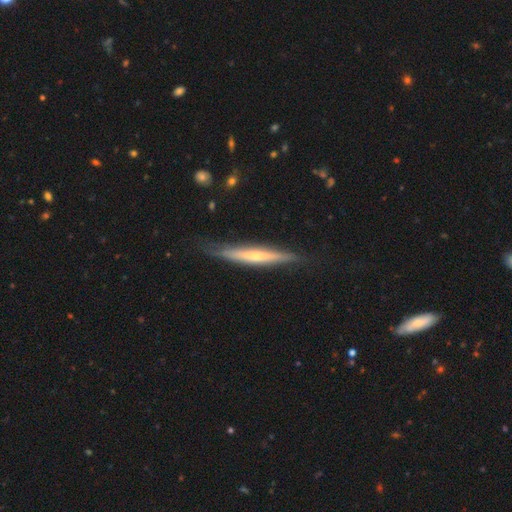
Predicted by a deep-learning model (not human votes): A featured or disk galaxy (57%) viewed edge-on (93%) with a rounded central bulge (48%).

Vote fractions:
- Smooth or featured? featured or disk: 57% / smooth: 38% / star or artifact: 6%
- Edge-on disk? yes: 93% / no: 7%
- Edge-on bulge? rounded: 48% / none: 43% / boxy: 8%
- Merging? none: 79% / minor disturbance: 16% / major disturbance: 3% / merger: 1%